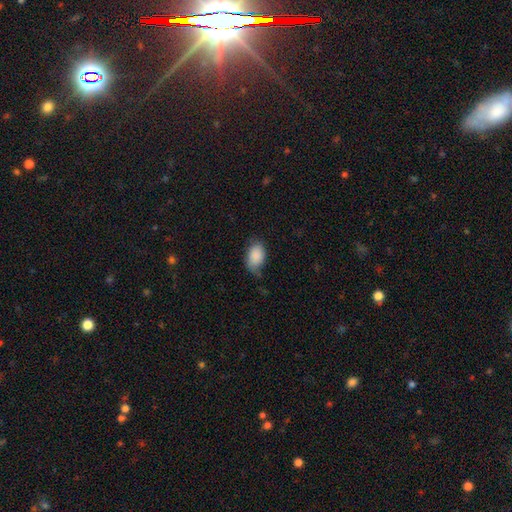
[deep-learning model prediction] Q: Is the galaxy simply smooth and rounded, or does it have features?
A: smooth — 87%.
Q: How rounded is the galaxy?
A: in between — 90%.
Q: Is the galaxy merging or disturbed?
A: none — 54%.